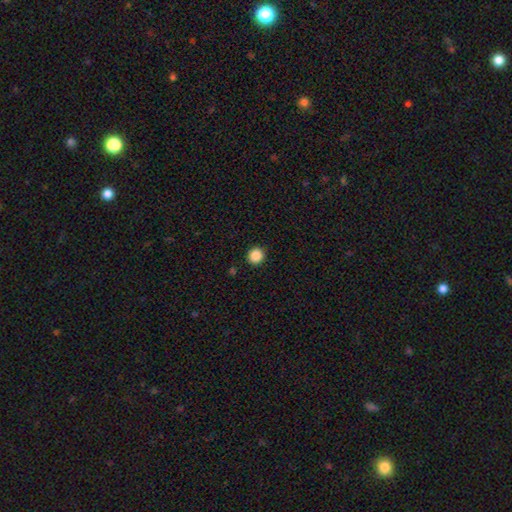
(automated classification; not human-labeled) smooth-or-featured: smooth: 87% | star or artifact: 10% | featured or disk: 3%
  how-rounded: round: 89% | in between: 11% | cigar-shaped: 1%
  merging: none: 92% | minor disturbance: 5% | major disturbance: 2% | merger: 1%